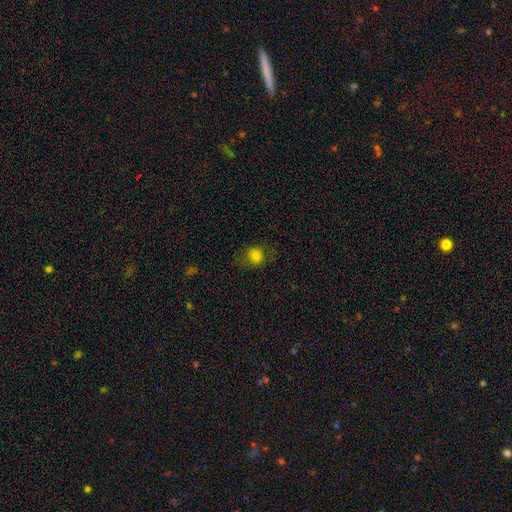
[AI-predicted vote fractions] smooth-or-featured: smooth: 78% | star or artifact: 13% | featured or disk: 9%
  how-rounded: round: 74% | in between: 25% | cigar-shaped: 1%
  merging: none: 72% | minor disturbance: 18% | major disturbance: 9% | merger: 1%